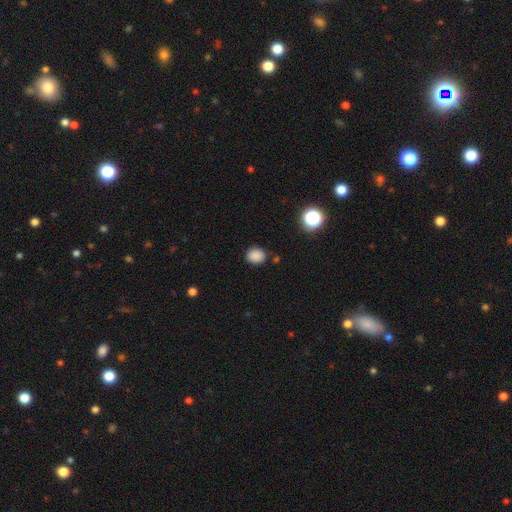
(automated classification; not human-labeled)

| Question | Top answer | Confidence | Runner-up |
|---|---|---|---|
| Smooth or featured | smooth | 85% | star or artifact (12%) |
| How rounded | round | 62% | in between (37%) |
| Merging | none | 85% | minor disturbance (10%) |